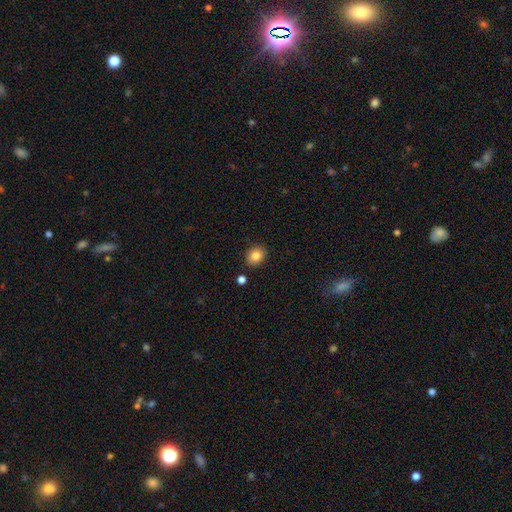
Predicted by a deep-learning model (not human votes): Smooth or featured? smooth (84%)
How rounded? in between (50%)
Merging? none (86%)